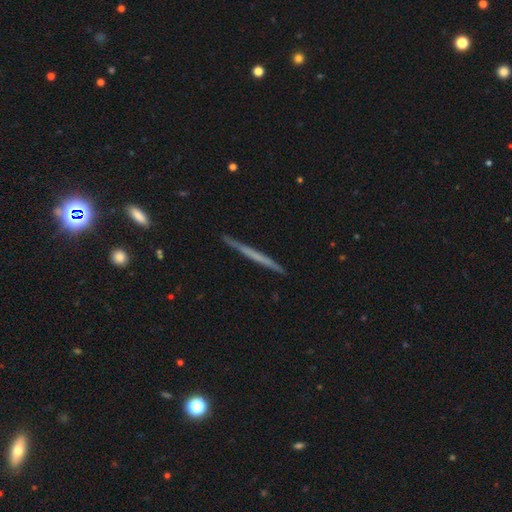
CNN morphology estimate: A featured or disk galaxy (53%) viewed edge-on (98%) with no central bulge (90%).

Vote fractions:
- Smooth or featured? featured or disk: 53% / smooth: 41% / star or artifact: 6%
- Edge-on disk? yes: 98% / no: 2%
- Edge-on bulge? none: 90% / rounded: 7% / boxy: 4%
- Merging? none: 90% / minor disturbance: 7% / major disturbance: 1% / merger: 1%